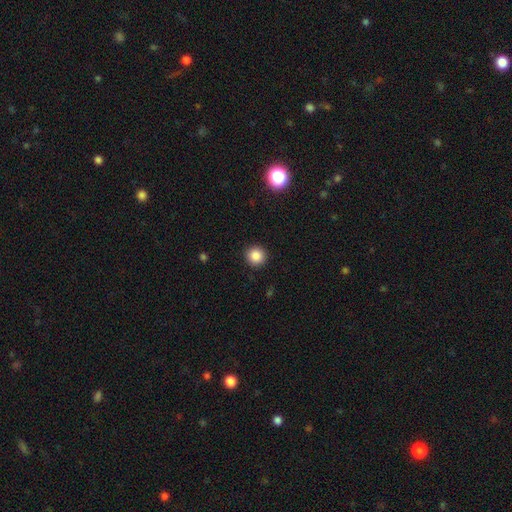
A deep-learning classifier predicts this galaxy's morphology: smooth_or_featured: smooth (p=0.86) [alt: star or artifact p=0.10]
how_rounded: round (p=0.94) [alt: in between p=0.05]
merging: none (p=0.92) [alt: minor disturbance p=0.05]